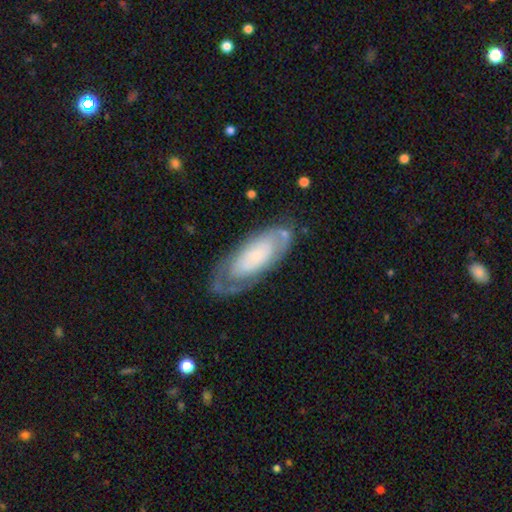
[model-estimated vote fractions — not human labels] smooth_or_featured: featured or disk (p=0.59) [alt: smooth p=0.35]
disk_edge_on: no (p=0.87) [alt: yes p=0.13]
bar: no (p=0.77) [alt: weak p=0.18]
has_spiral_arms: yes (p=0.68) [alt: no p=0.32]
bulge_size: small (p=0.57) [alt: moderate p=0.19]
merging: none (p=0.62) [alt: minor disturbance p=0.23]